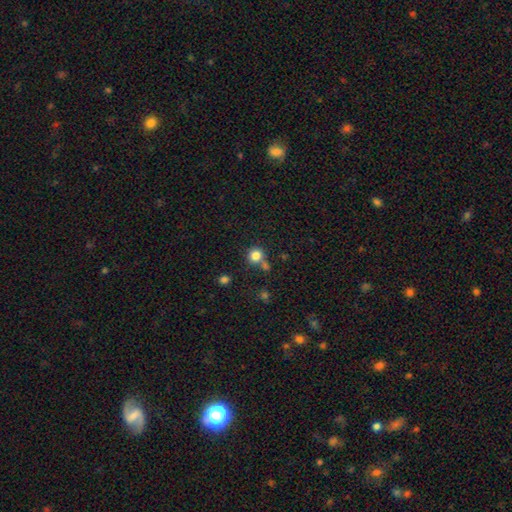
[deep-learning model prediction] Morphology: type=smooth (82%); roundness=round (90%); merging=none (67%).